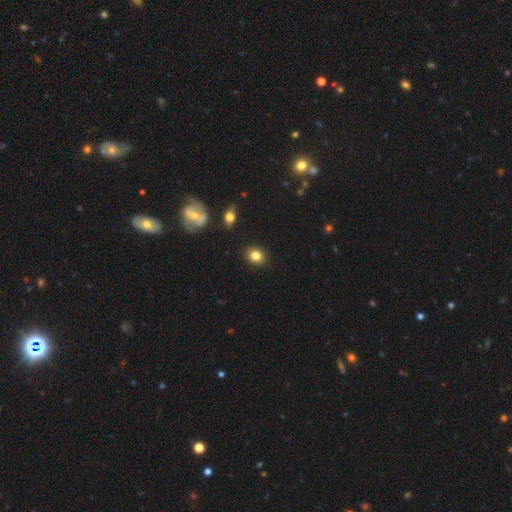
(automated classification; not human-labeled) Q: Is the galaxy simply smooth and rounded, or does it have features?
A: smooth — 83%.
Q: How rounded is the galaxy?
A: round — 65%.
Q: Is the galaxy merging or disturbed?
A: none — 90%.